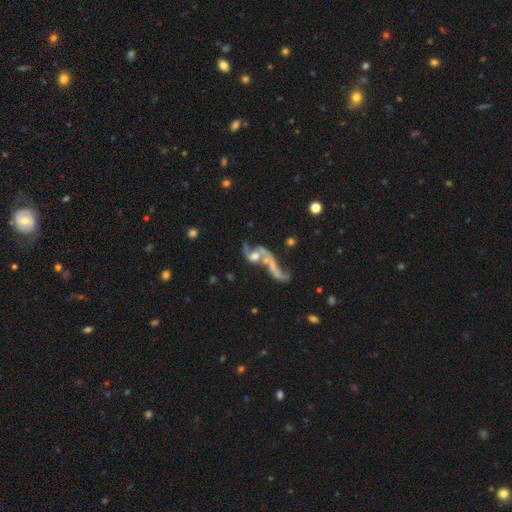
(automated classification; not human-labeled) Smooth or featured? featured or disk (62%)
Edge-on disk? no (80%)
Merging? merger (48%)